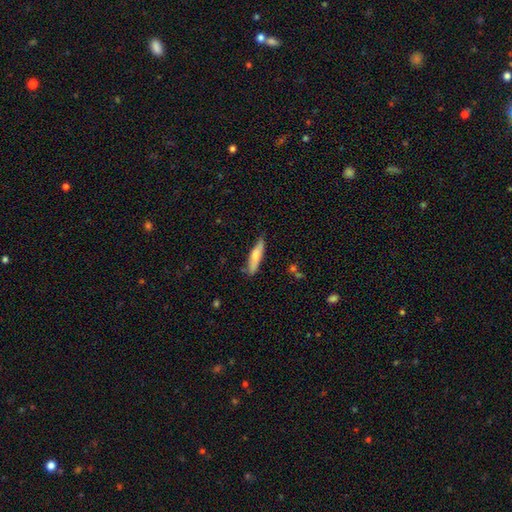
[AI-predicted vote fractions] A smooth galaxy with no disk features (70%) that is cigar-shaped (81%). Merging: none (78%).